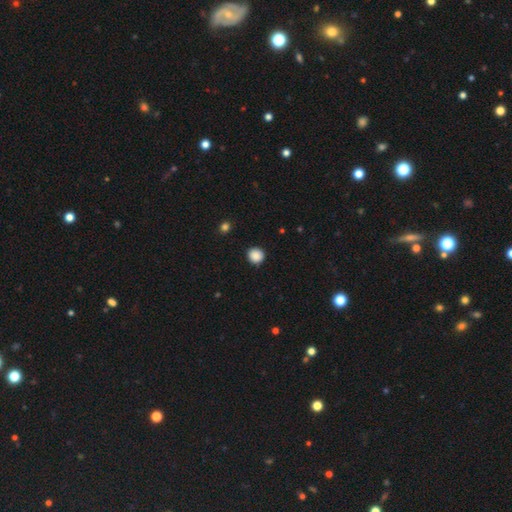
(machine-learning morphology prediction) The model was most divided on "smooth or featured": smooth: 88%, star or artifact: 9%, featured or disk: 2%. More confident: how rounded — round (92%); merging — none (91%).